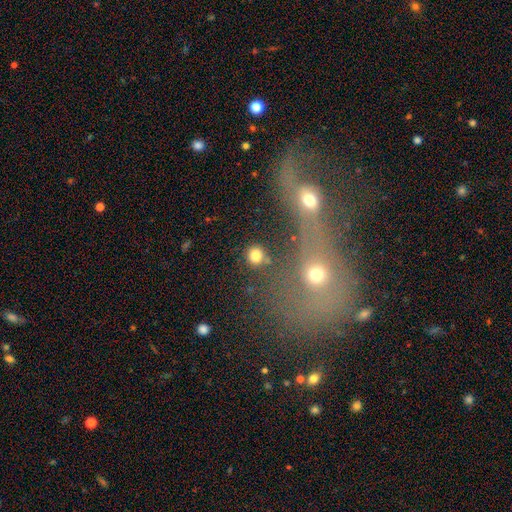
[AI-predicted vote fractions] A smooth galaxy with no disk features (81%) that is round (88%). Merging: none (76%).